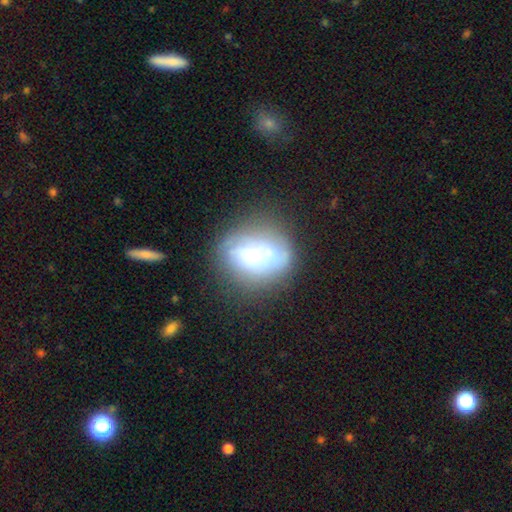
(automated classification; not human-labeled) This appears to be a smooth galaxy with no disk features (46%). Merging: none (58%).